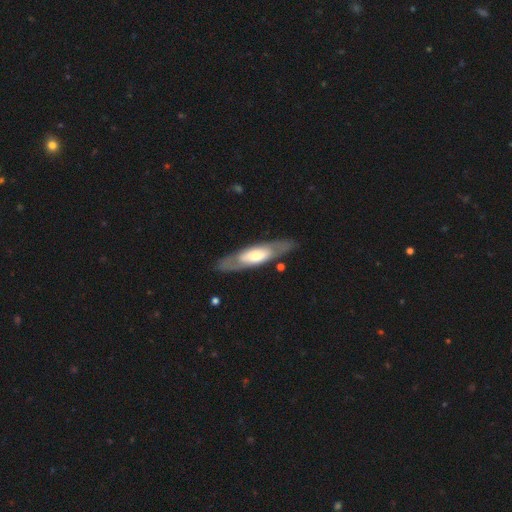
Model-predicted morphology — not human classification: Smooth or featured?
  - featured or disk: 54% *
  - smooth: 42%
  - star or artifact: 5%
Edge-on disk?
  - no: 56% *
  - yes: 44%
Merging?
  - none: 82% *
  - minor disturbance: 12%
  - major disturbance: 4%
  - merger: 2%